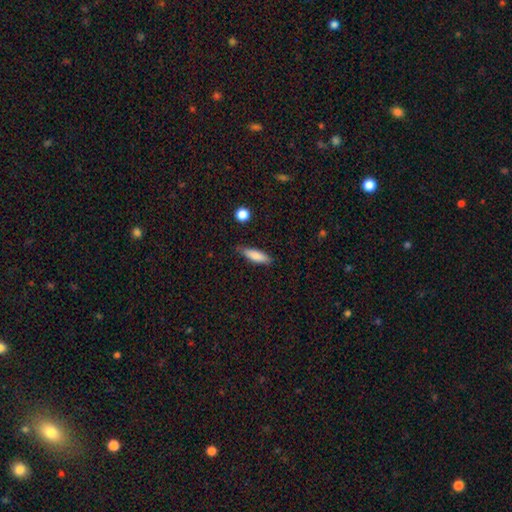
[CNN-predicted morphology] smooth 81%, featured or disk 12%, star or artifact 7%. Down the decision tree: how rounded — cigar-shaped (61%); merging — none (78%).